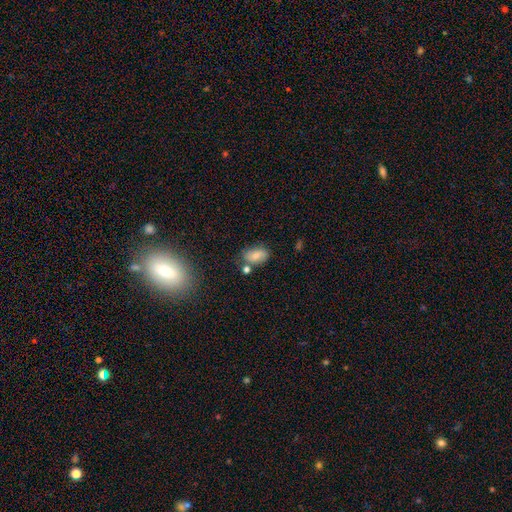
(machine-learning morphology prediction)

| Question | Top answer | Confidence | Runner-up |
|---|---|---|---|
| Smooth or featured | smooth | 73% | featured or disk (17%) |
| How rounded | in between | 88% | round (9%) |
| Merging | none | 63% | minor disturbance (20%) |